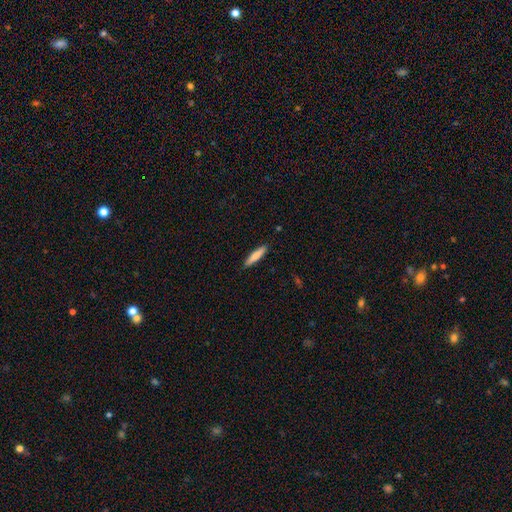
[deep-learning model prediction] The model was most divided on "smooth or featured": smooth: 76%, featured or disk: 18%, star or artifact: 6%. More confident: merging — none (90%); how rounded — cigar-shaped (86%).